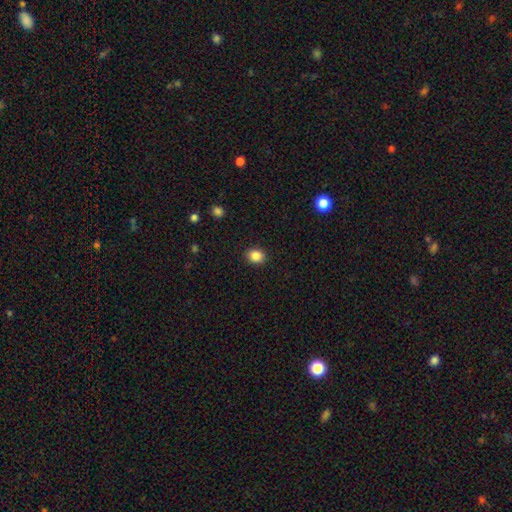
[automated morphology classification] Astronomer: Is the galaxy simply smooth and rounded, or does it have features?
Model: smooth — 86%.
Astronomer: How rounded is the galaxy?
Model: round — 57% (runner-up: in between, 42%).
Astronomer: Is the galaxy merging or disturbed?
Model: none — 90%.